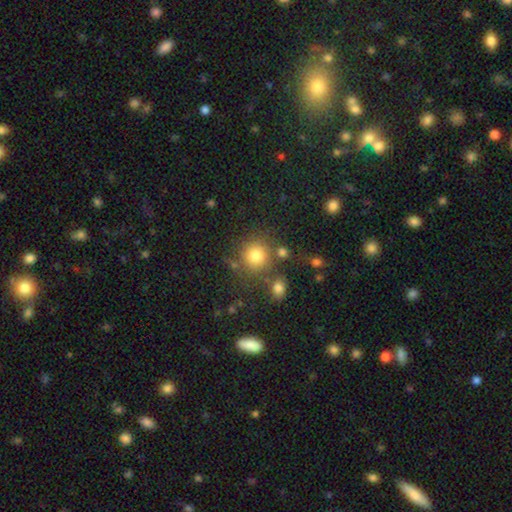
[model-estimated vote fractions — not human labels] Smooth or featured? smooth (79%)
How rounded? round (90%)
Merging? none (72%)